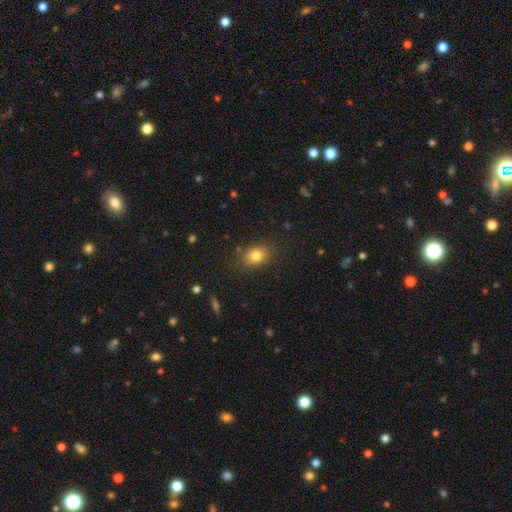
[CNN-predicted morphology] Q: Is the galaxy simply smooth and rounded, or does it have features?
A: smooth — 81%.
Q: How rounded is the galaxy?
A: in between — 62%.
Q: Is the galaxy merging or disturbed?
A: none — 83%.